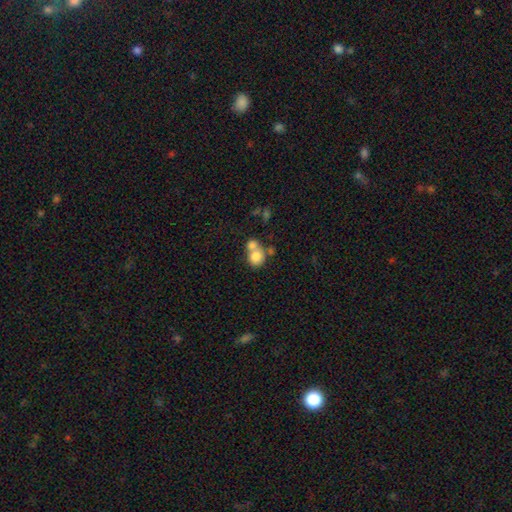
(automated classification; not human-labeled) The model was most divided on "merging": merger: 56%, none: 32%, minor disturbance: 8%, major disturbance: 4%. More confident: smooth or featured — smooth (79%); how rounded — round (72%).